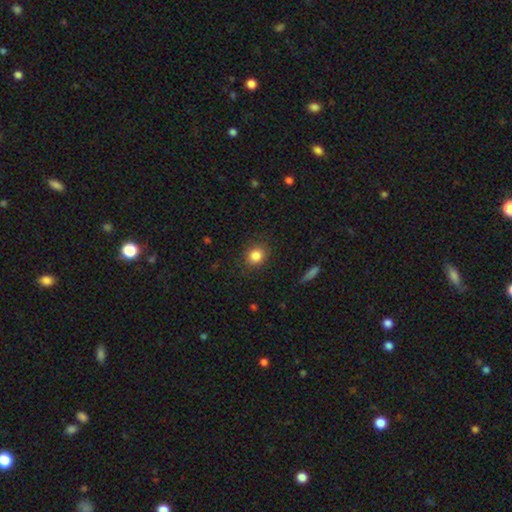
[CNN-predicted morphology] smooth-or-featured: smooth: 84% | star or artifact: 10% | featured or disk: 6%
  how-rounded: round: 63% | in between: 36% | cigar-shaped: 1%
  merging: none: 84% | minor disturbance: 11% | major disturbance: 3% | merger: 1%